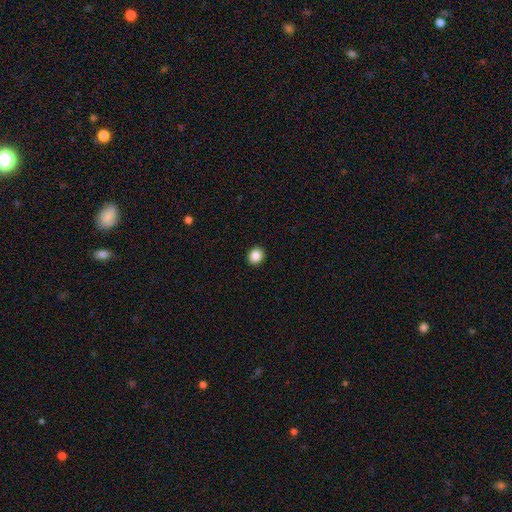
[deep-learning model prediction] The model was most divided on "how rounded": round: 72%, in between: 27%, cigar-shaped: 1%. More confident: merging — none (93%); smooth or featured — smooth (87%).